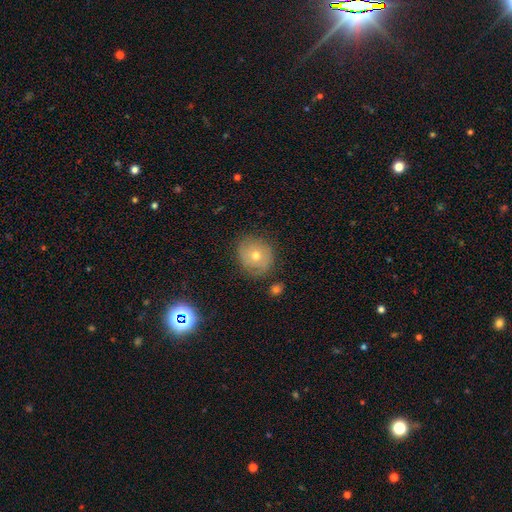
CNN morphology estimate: A smooth galaxy with no disk features (57%) that is round (78%). Merging: none (75%).